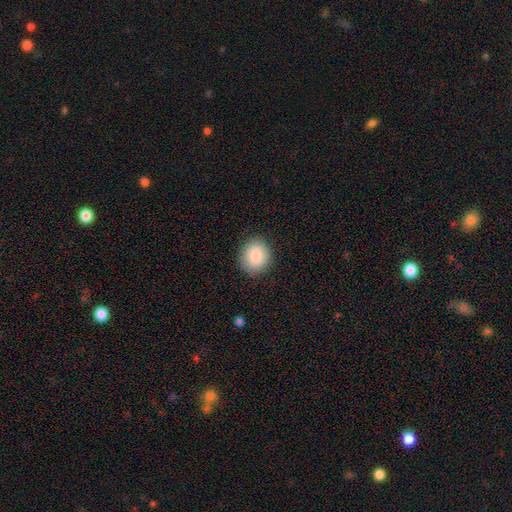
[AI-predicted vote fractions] Morphology: type=smooth (87%); roundness=round (76%); merging=none (88%).